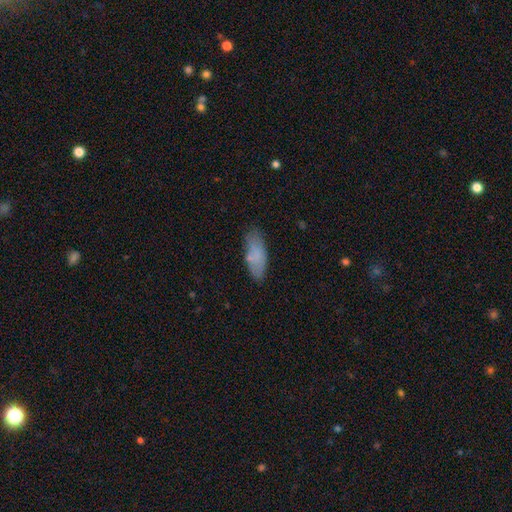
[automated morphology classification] Smooth or featured?
  - smooth: 78% *
  - featured or disk: 15%
  - star or artifact: 7%
How rounded?
  - in between: 77% *
  - cigar-shaped: 21%
  - round: 2%
Merging?
  - none: 74% *
  - minor disturbance: 19%
  - major disturbance: 5%
  - merger: 3%